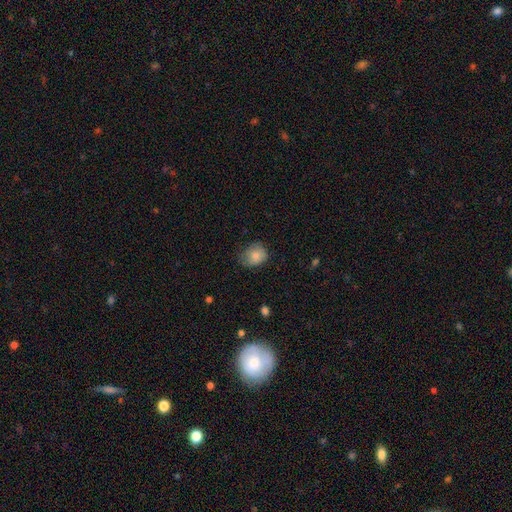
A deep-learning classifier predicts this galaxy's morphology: Smooth or featured?
  - smooth: 82% *
  - featured or disk: 10%
  - star or artifact: 8%
How rounded?
  - round: 63% *
  - in between: 37%
  - cigar-shaped: 1%
Merging?
  - none: 60% *
  - minor disturbance: 31%
  - major disturbance: 9%
  - merger: 1%